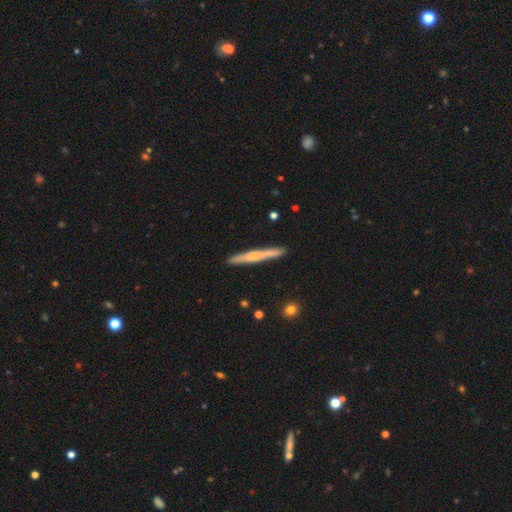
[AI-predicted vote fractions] Morphology: type=featured or disk (50%); merging=none (89%).